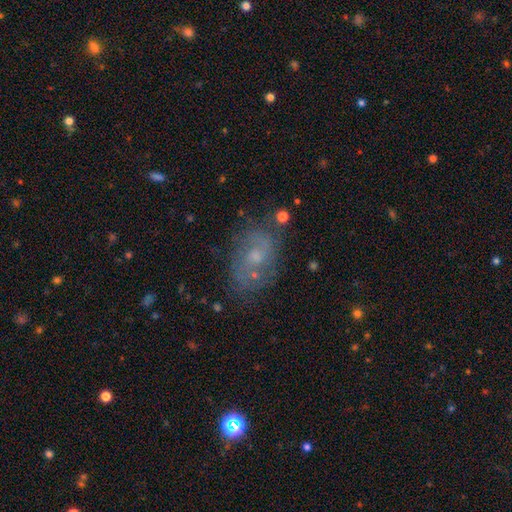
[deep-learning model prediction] This is possibly a featured or disk galaxy (57%). It is clearly not viewed edge-on (95%). Bar: likely no (64%). Spiral arm pattern: likely yes (78%). Central bulge: possibly small (48%). Merging: likely none (70%).